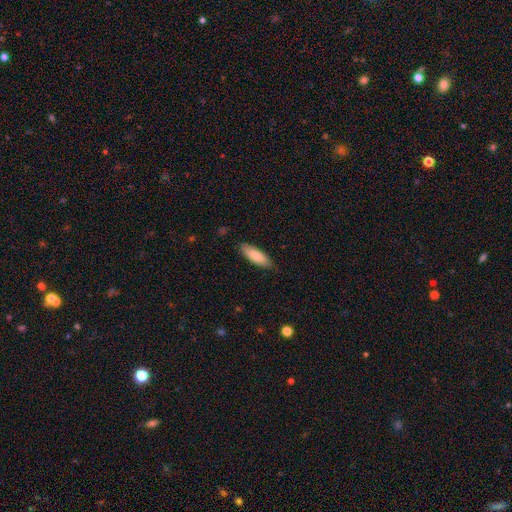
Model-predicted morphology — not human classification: smooth-or-featured: smooth: 86% | featured or disk: 9% | star or artifact: 6%
  how-rounded: in between: 57% | cigar-shaped: 41% | round: 1%
  merging: none: 85% | minor disturbance: 12% | major disturbance: 2% | merger: 1%